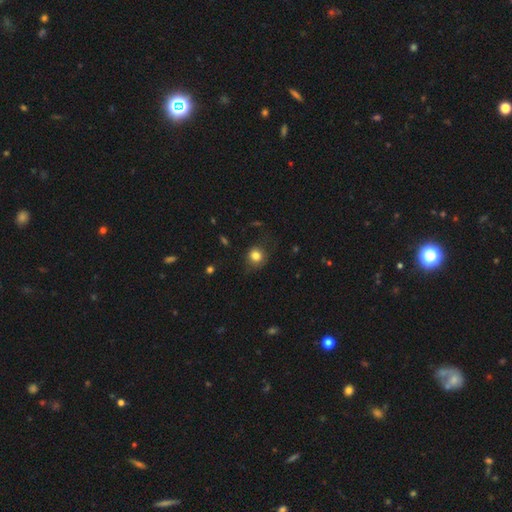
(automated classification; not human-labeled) This is clearly a smooth galaxy (82%). How rounded: clearly round (82%). Merging: likely none (73%).